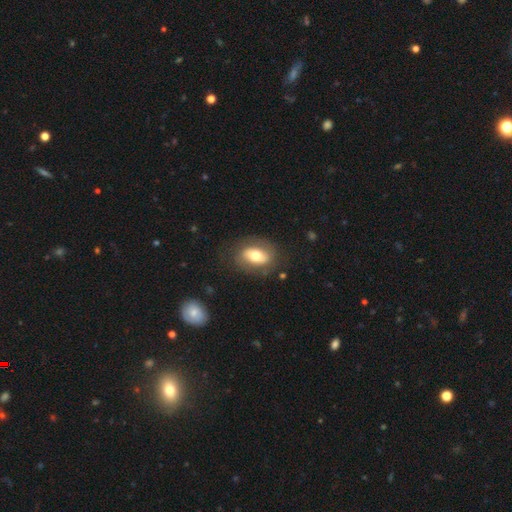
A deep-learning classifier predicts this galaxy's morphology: smooth 57%, featured or disk 36%, star or artifact 7%. Down the decision tree: how rounded — in between (81%); merging — none (75%).